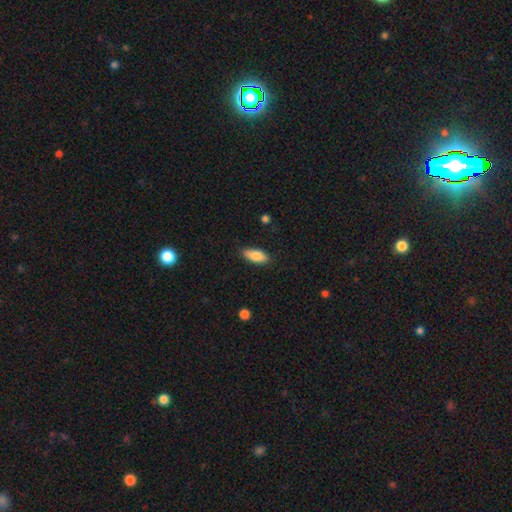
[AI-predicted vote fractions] Q: Smooth or featured?
A: smooth (85%); runner-up: featured or disk (9%)
Q: How rounded?
A: in between (79%); runner-up: cigar-shaped (19%)
Q: Merging?
A: none (86%); runner-up: minor disturbance (11%)